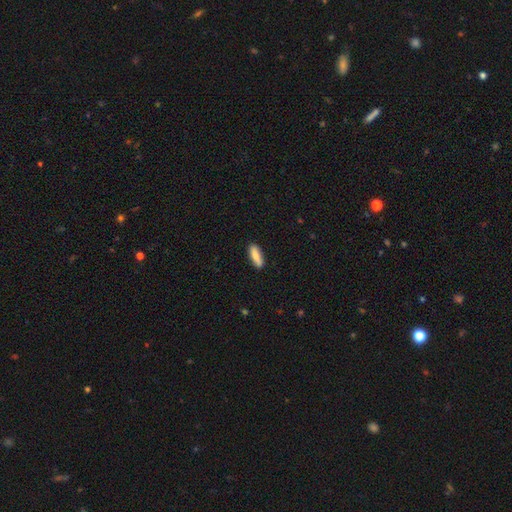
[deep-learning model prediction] Overall: smooth (76%). How rounded: in between (52%; cigar-shaped 46%). Merging: none (87%).